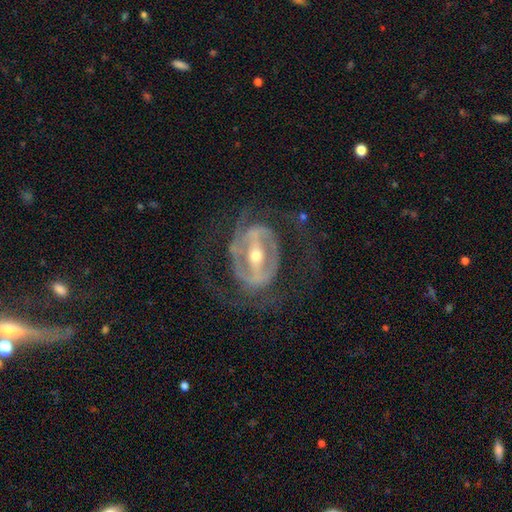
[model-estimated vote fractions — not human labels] This is clearly a featured or disk galaxy (89%). It is clearly not viewed edge-on (94%). Bar: likely strong (75%). Spiral arm pattern: clearly yes (82%). Spiral arm count: likely 2 (75%). Spiral winding: possibly medium (47%). Central bulge: possibly moderate (55%). Merging: likely none (64%).